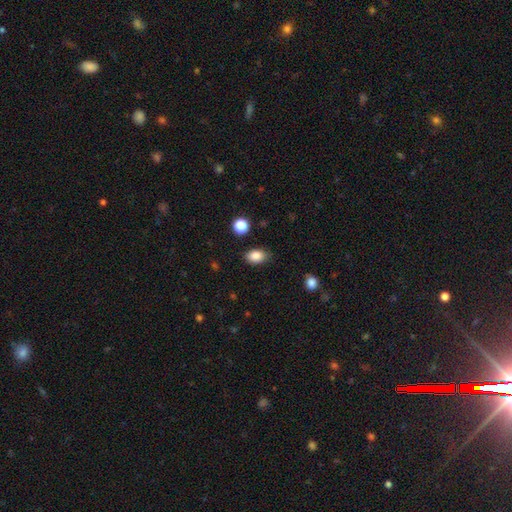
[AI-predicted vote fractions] Smooth or featured? smooth (86%)
How rounded? in between (82%)
Merging? none (82%)